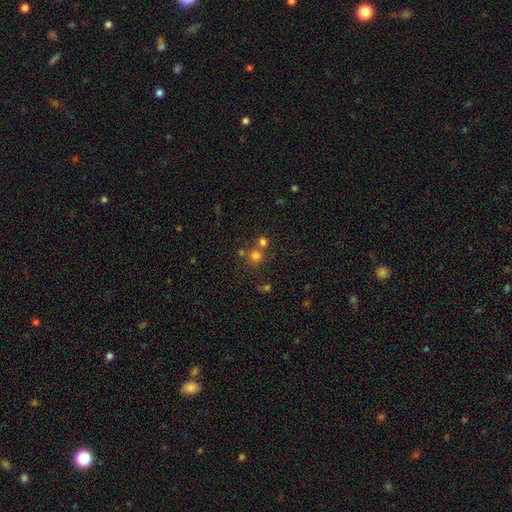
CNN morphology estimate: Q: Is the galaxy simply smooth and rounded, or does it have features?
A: smooth — 71%.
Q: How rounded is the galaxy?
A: round — 90%.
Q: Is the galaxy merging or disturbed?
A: none — 62%.